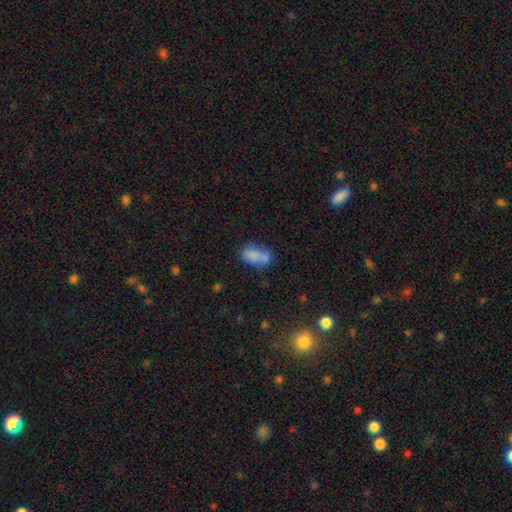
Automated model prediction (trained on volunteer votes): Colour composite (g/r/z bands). It shows a smooth galaxy with no disk features (79%) that is in between round and cigar-shaped (89%). Merging: none (46%).